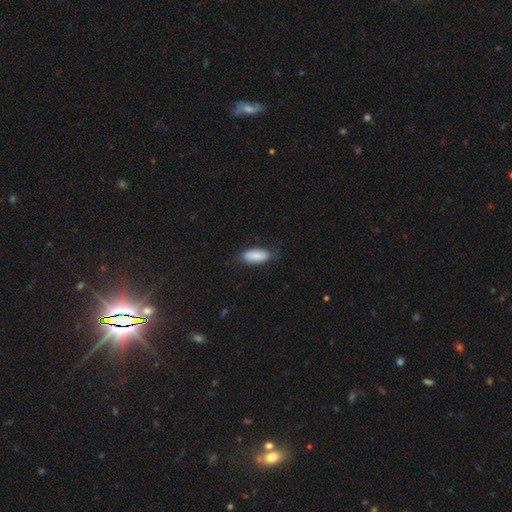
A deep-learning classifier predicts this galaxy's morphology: Smooth or featured? Predicted: smooth (p=0.84). How rounded? Predicted: in between (p=0.86). Merging? Predicted: none (p=0.72).